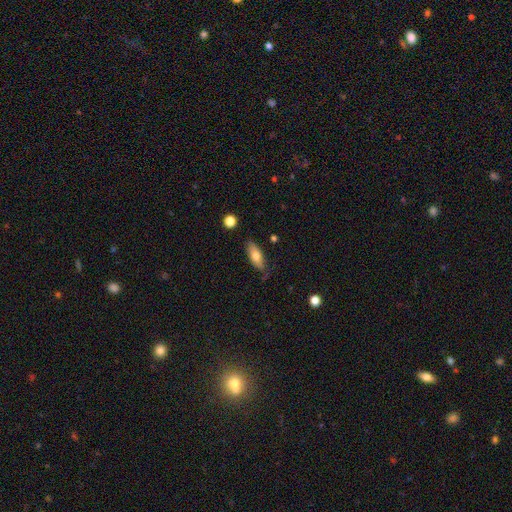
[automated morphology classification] Smooth or featured: smooth — 72% (featured or disk — 21%)
How rounded: in between — 72% (cigar-shaped — 25%)
Merging: none — 74% (minor disturbance — 20%)